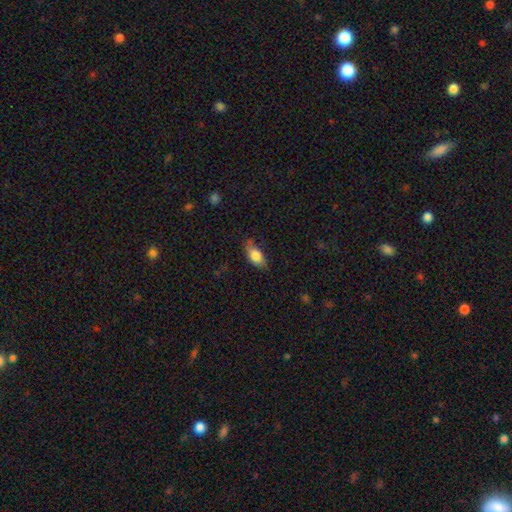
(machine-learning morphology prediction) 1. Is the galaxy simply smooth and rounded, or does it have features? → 78% smooth, 15% featured or disk, 7% star or artifact.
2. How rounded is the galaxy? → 87% in between, 8% cigar-shaped, 5% round.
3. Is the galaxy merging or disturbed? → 64% none, 28% minor disturbance, 6% major disturbance, 2% merger.